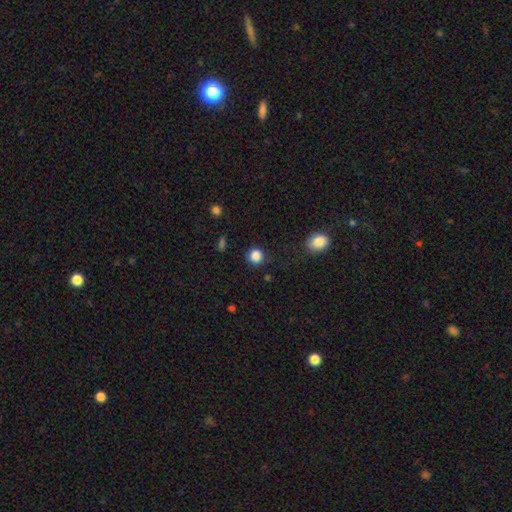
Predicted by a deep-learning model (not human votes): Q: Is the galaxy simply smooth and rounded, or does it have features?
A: smooth — 86%.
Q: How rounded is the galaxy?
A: round — 89%.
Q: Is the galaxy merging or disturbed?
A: none — 86%.